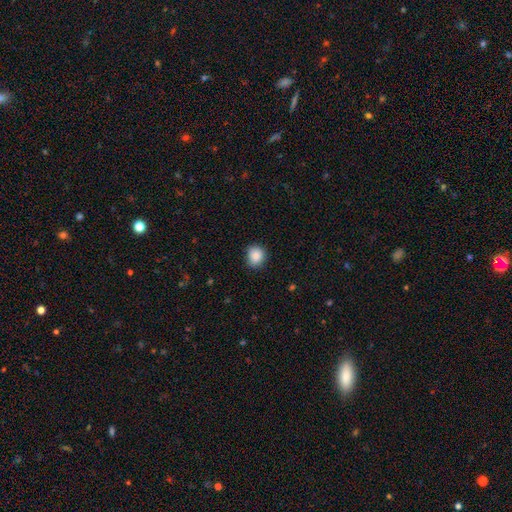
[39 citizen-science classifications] Q: Smooth or featured?
A: smooth (92%); runner-up: star or artifact (5%)
Q: How rounded?
A: round (83%); runner-up: in between (17%)
Q: Merging?
A: none (89%); runner-up: minor disturbance (11%)